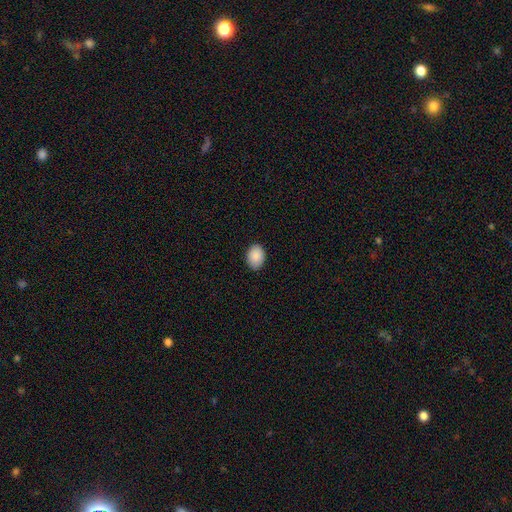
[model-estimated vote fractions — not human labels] Smooth or featured? smooth (90%)
How rounded? in between (74%)
Merging? none (85%)